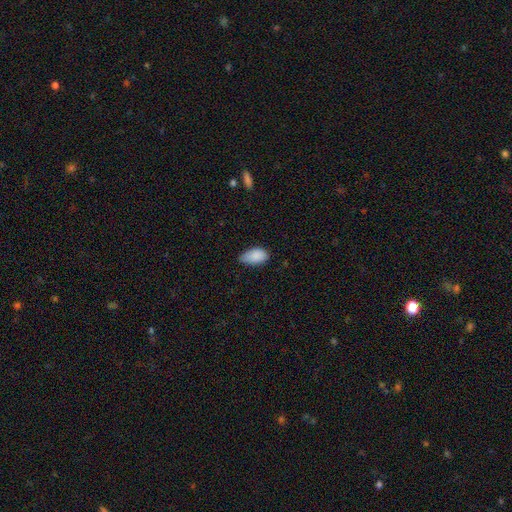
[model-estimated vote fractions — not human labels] This is clearly a smooth galaxy (87%). How rounded: clearly in between (94%). Merging: possibly none (53%).